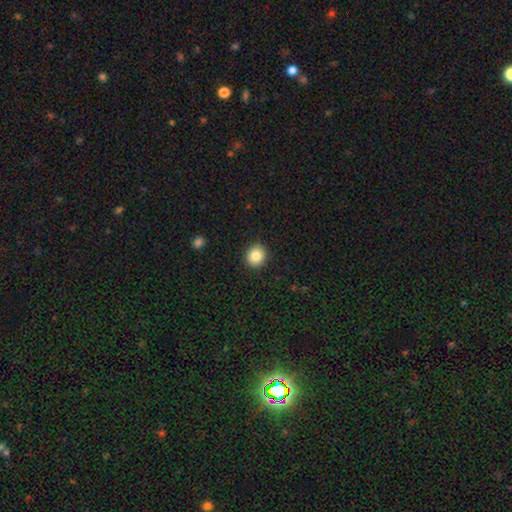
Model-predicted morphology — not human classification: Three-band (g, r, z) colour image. It shows a smooth galaxy with no disk features (83%) that is round (86%). Merging: none (92%).